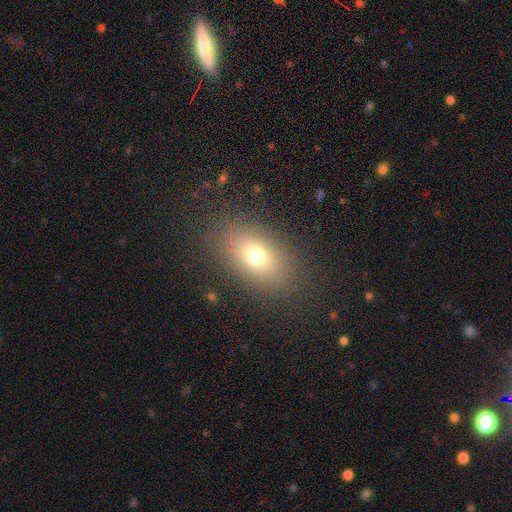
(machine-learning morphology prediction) smooth_or_featured: smooth (p=0.71) [alt: featured or disk p=0.15]
how_rounded: in between (p=0.81) [alt: round p=0.16]
merging: none (p=0.83) [alt: minor disturbance p=0.10]